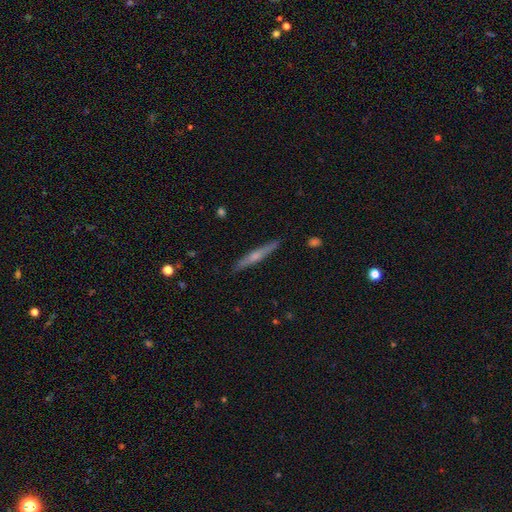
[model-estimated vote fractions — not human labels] A featured or disk galaxy (54%) viewed edge-on (96%) with a rounded central bulge (62%). Merging: none (89%).